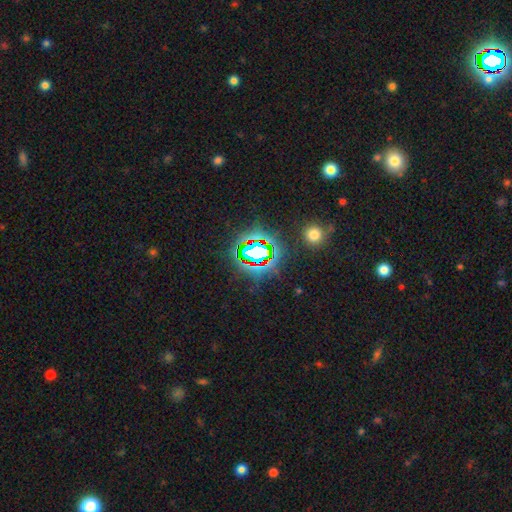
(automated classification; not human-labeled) Smooth or featured?
  - star or artifact: 74% *
  - smooth: 14%
  - featured or disk: 11%